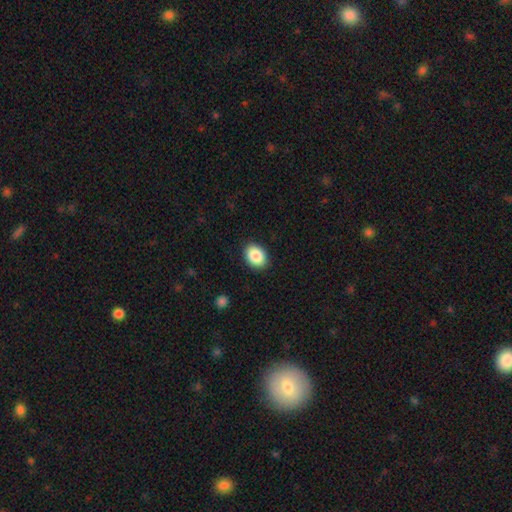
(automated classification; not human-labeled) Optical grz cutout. It shows a smooth galaxy with no disk features (88%) that is in between round and cigar-shaped (70%). Merging: none (89%).